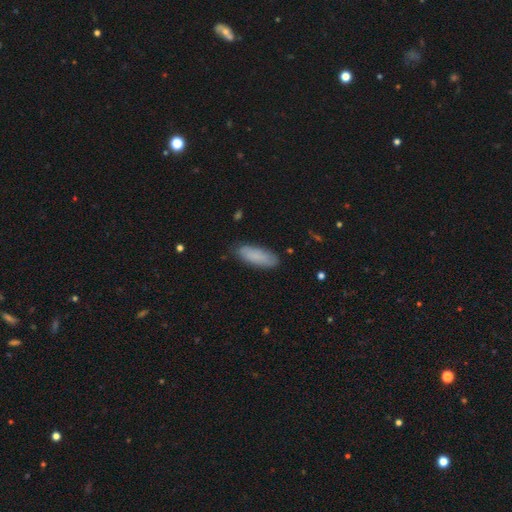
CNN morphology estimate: Smooth or featured? Predicted: smooth (p=0.85). How rounded? Predicted: in between (p=0.65). Merging? Predicted: none (p=0.82).